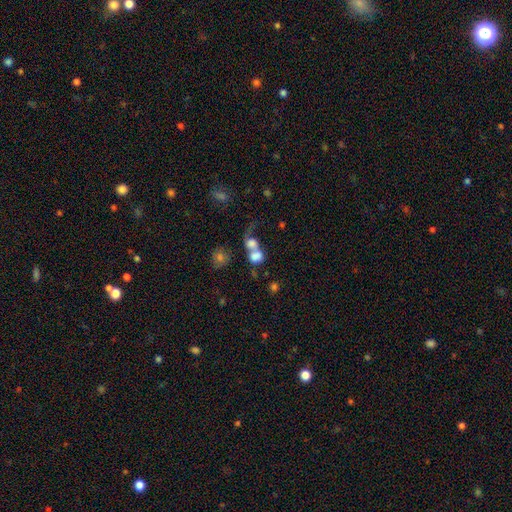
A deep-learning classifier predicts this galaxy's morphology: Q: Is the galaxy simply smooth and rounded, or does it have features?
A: smooth — 70%.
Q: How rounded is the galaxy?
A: round — 52%.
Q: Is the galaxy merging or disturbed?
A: merger — 71%.